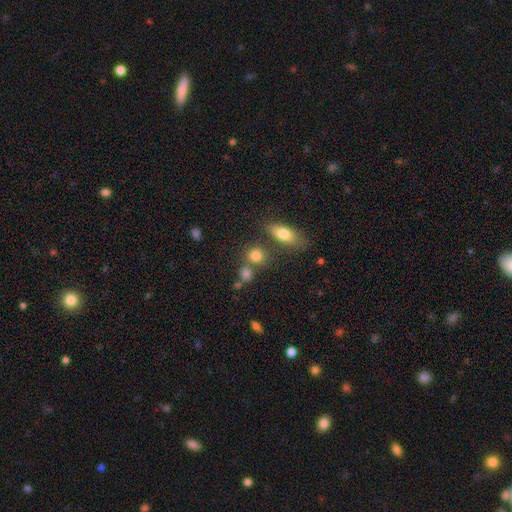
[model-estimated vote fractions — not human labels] This is clearly a smooth galaxy (81%). How rounded: likely round (76%). Merging: likely none (63%).